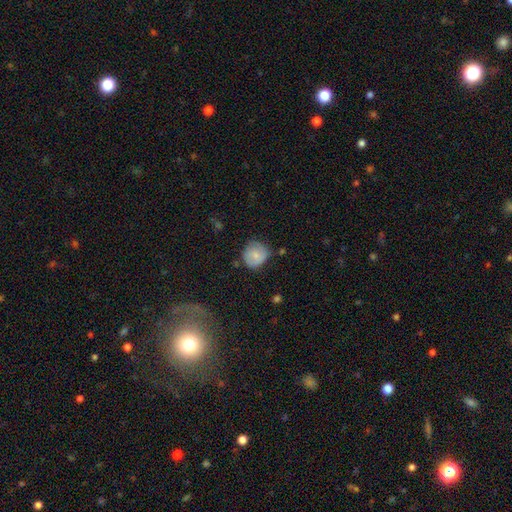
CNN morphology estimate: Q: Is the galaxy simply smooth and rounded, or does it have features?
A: smooth — 71%.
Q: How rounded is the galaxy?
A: round — 82%.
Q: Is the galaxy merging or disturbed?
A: none — 57%.